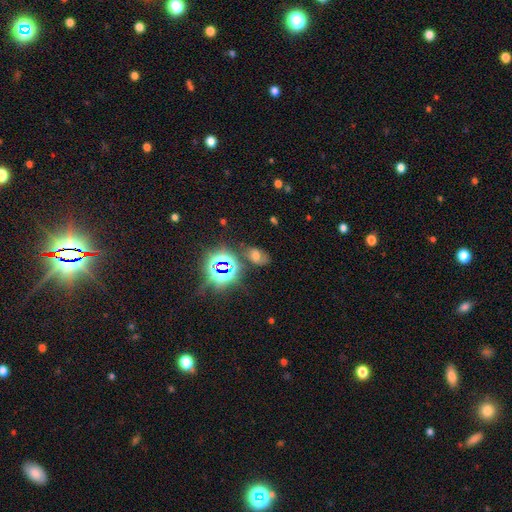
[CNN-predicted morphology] Smooth or featured?
  - star or artifact: 48% *
  - smooth: 36%
  - featured or disk: 17%